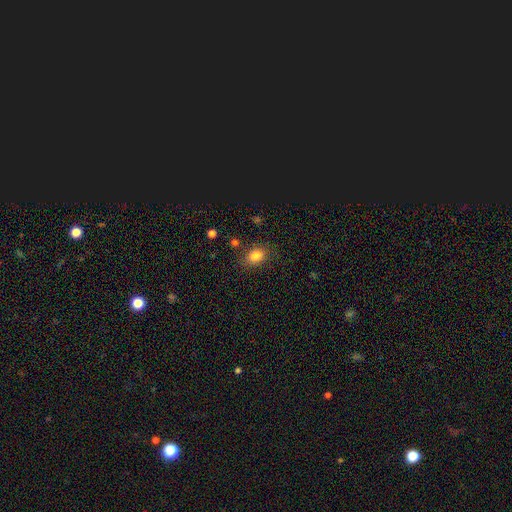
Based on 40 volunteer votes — A smooth galaxy with no disk features (95%) that is in between round and cigar-shaped (61%).

Vote fractions:
- Smooth or featured? smooth: 95% / featured or disk: 2% / star or artifact: 2%
- How rounded? in between: 61% / round: 37% / cigar-shaped: 3%
- Merging? none: 74% / minor disturbance: 15% / major disturbance: 10% / merger: 0%